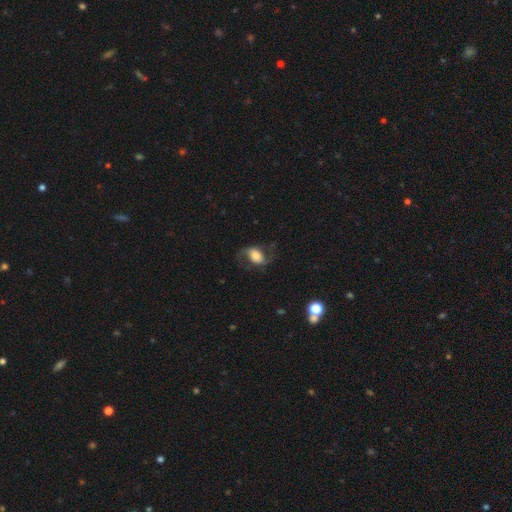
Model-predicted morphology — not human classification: type=featured or disk (64%); edge-on=no (96%); bar=no (44%); spiral arms=yes (90%); winding=loose (57%); arm count=2 (91%); bulge=moderate (36%); merging=none (66%).